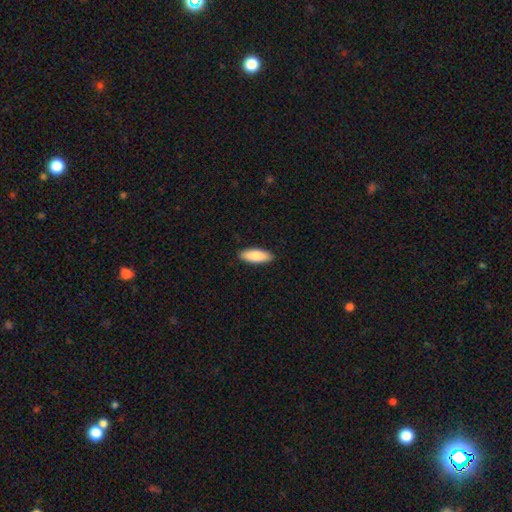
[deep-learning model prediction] Morphology: type=smooth (86%); roundness=in between (67%); merging=none (90%).